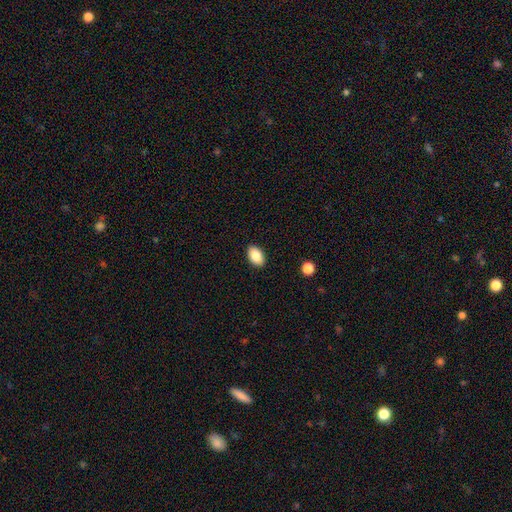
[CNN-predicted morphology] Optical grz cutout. It shows a smooth galaxy with no disk features (87%) that is in between round and cigar-shaped (91%). Merging: none (90%).